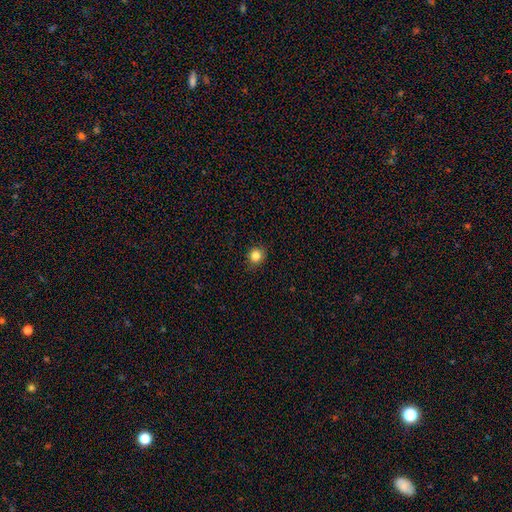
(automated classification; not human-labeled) Smooth or featured? smooth (83%)
How rounded? round (85%)
Merging? none (89%)